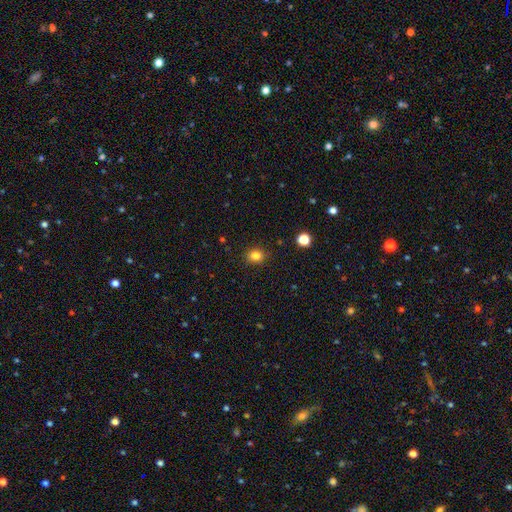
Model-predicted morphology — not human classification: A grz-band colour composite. It shows a smooth galaxy with no disk features (82%) that is round (61%). Merging: none (88%).